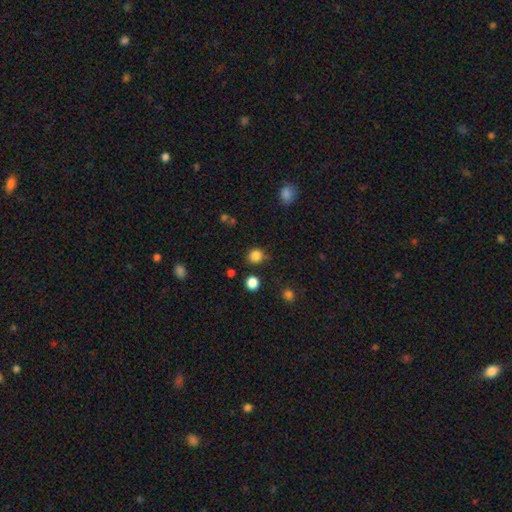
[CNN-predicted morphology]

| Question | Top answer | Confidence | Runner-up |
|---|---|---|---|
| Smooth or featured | smooth | 84% | star or artifact (13%) |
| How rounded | round | 87% | in between (13%) |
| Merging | none | 82% | minor disturbance (11%) |